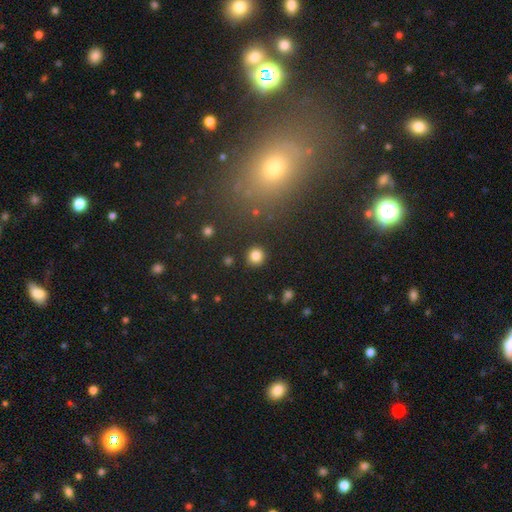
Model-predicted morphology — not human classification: A smooth galaxy with no disk features (84%) that is round (93%).

Vote fractions:
- Smooth or featured? smooth: 84% / star or artifact: 12% / featured or disk: 5%
- How rounded? round: 93% / in between: 6% / cigar-shaped: 1%
- Merging? none: 90% / minor disturbance: 6% / major disturbance: 2% / merger: 2%